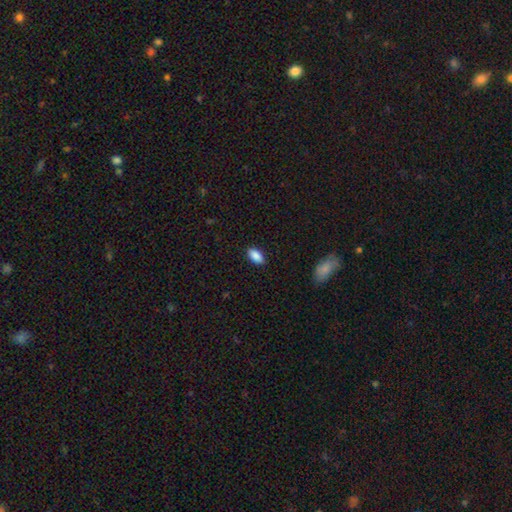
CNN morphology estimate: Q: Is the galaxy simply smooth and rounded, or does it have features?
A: smooth — 89%.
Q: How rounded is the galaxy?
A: in between — 93%.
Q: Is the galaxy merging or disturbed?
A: none — 88%.